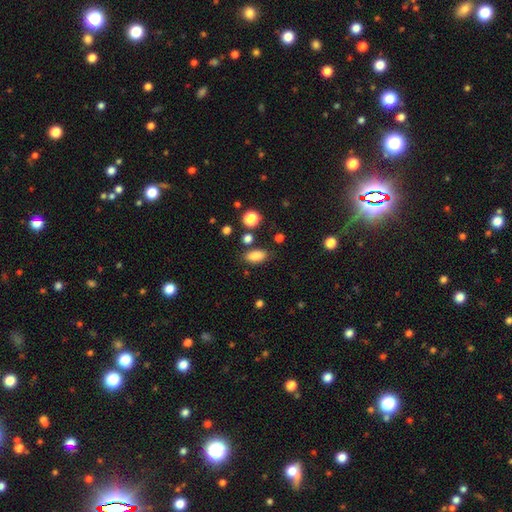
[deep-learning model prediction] Smooth or featured? Predicted: smooth (p=0.85). How rounded? Predicted: in between (p=0.87). Merging? Predicted: none (p=0.80).